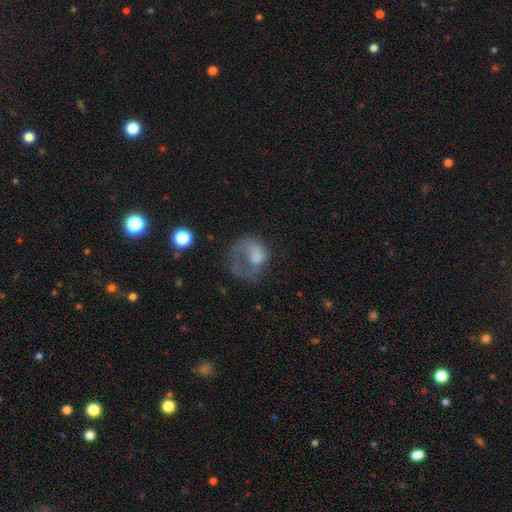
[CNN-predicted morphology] A smooth galaxy with no disk features (45%). Merging: major disturbance (49%).